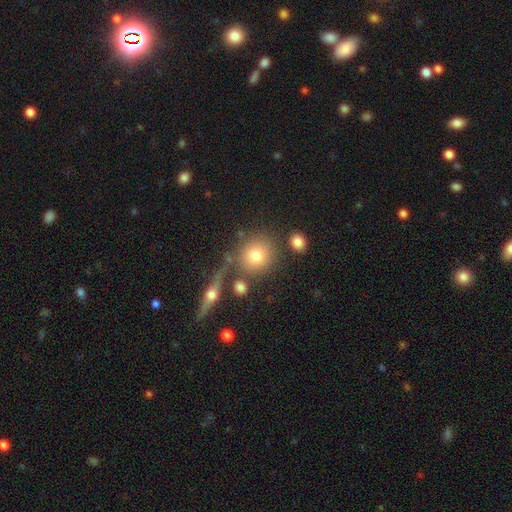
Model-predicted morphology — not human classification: Smooth or featured?
  - smooth: 72% *
  - featured or disk: 16%
  - star or artifact: 11%
How rounded?
  - round: 82% *
  - in between: 16%
  - cigar-shaped: 2%
Merging?
  - none: 73% *
  - merger: 11%
  - minor disturbance: 11%
  - major disturbance: 4%